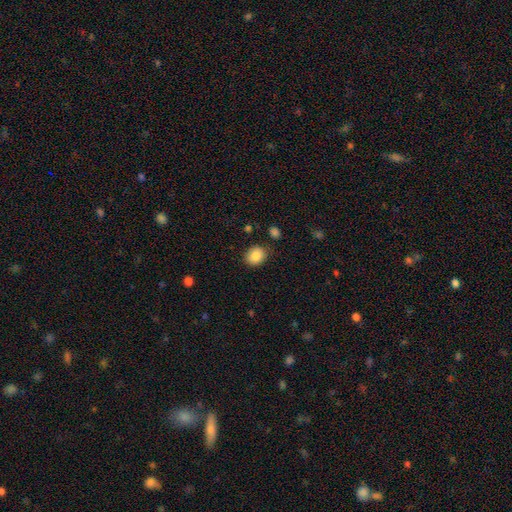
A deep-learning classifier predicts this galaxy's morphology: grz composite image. It shows a smooth galaxy with no disk features (85%) that is round (62%). Merging: none (80%).